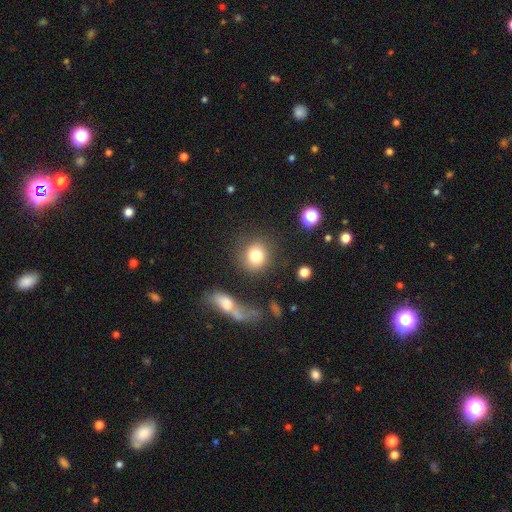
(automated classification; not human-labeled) Smooth or featured? Predicted: smooth (p=0.80). How rounded? Predicted: round (p=0.81). Merging? Predicted: none (p=0.75).